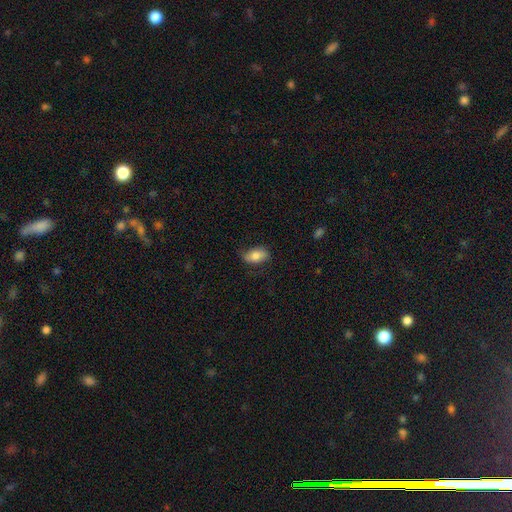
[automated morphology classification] Smooth or featured: smooth — 79% (featured or disk — 14%)
How rounded: in between — 90% (round — 6%)
Merging: none — 76% (minor disturbance — 18%)